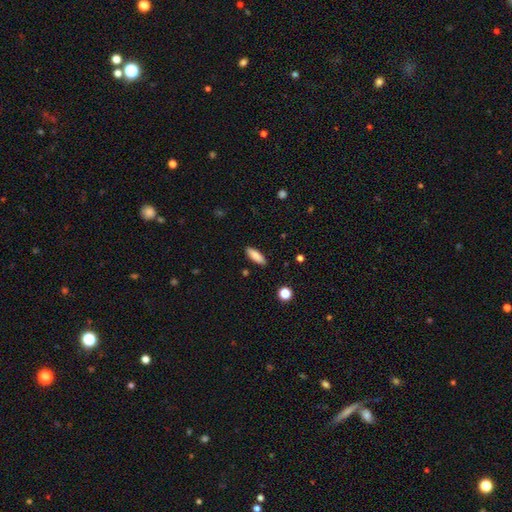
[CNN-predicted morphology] A smooth galaxy with no disk features (86%) that is in between round and cigar-shaped (56%). Merging: none (89%).